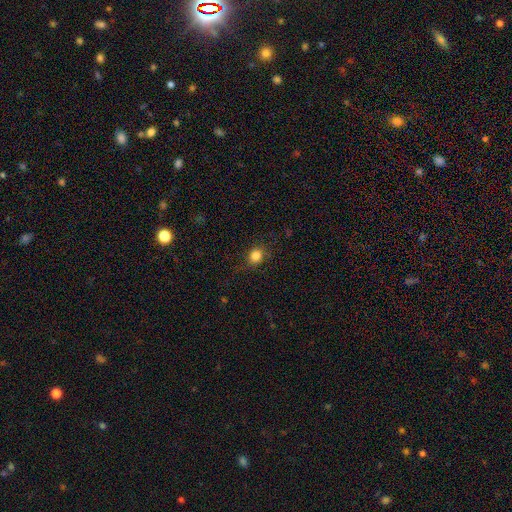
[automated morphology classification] The model was most divided on "how rounded": round: 77%, in between: 22%, cigar-shaped: 1%. More confident: smooth or featured — smooth (83%); merging — none (80%).